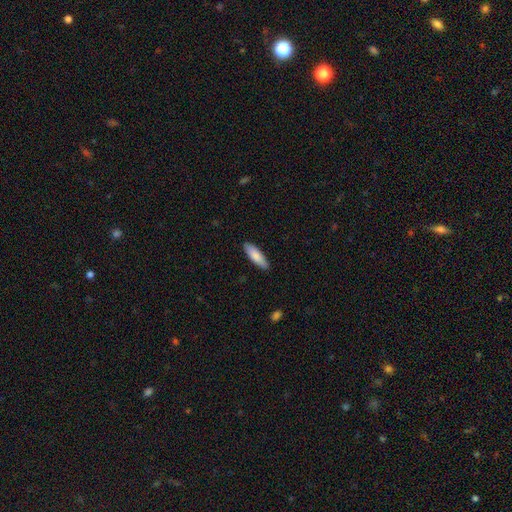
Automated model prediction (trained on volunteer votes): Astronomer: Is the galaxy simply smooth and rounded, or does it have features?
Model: smooth — 84%.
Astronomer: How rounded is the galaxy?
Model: cigar-shaped — 55% (runner-up: in between, 43%).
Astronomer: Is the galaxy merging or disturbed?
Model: none — 89%.